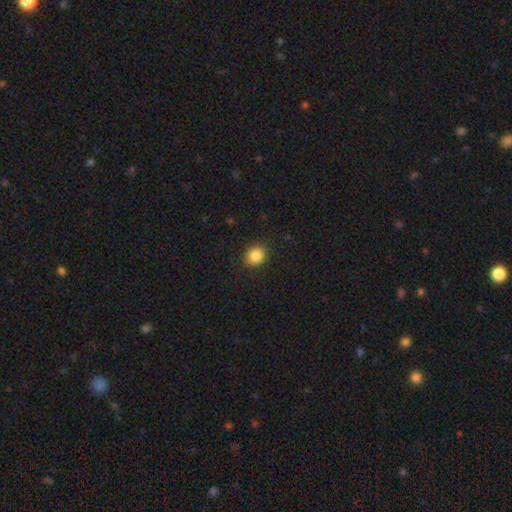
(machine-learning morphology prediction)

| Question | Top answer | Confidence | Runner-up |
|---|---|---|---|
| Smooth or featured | smooth | 85% | star or artifact (10%) |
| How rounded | round | 77% | in between (22%) |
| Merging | none | 89% | minor disturbance (8%) |